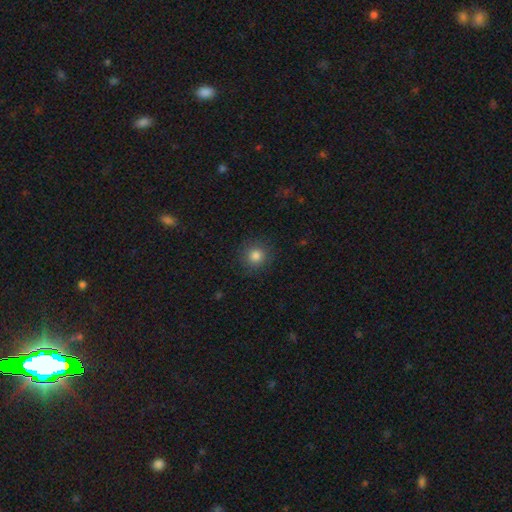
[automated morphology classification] Smooth or featured? smooth (82%)
How rounded? round (93%)
Merging? none (89%)